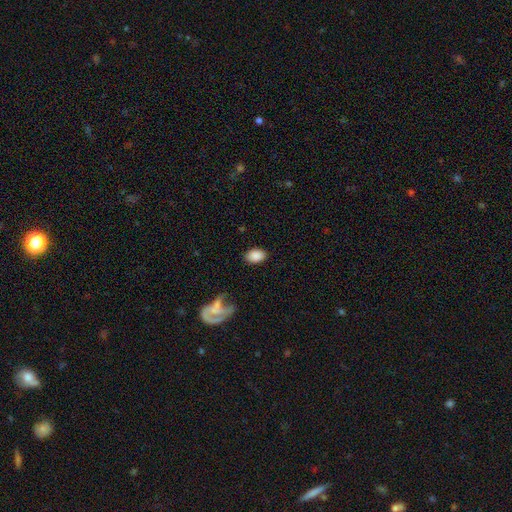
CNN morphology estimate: smooth 86%, star or artifact 8%, featured or disk 6%. Down the decision tree: how rounded — in between (88%); merging — none (83%).